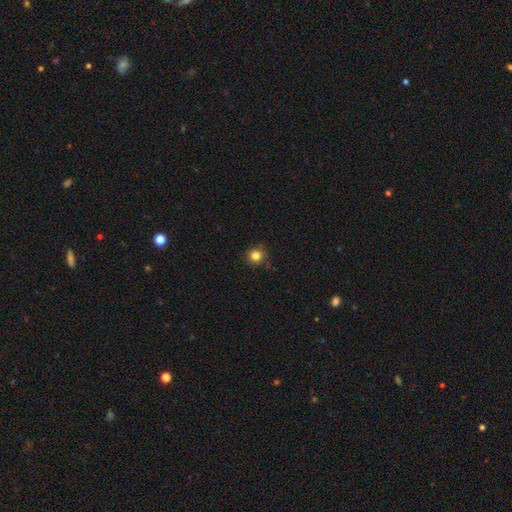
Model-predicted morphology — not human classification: Smooth or featured? smooth (83%)
How rounded? round (93%)
Merging? none (86%)